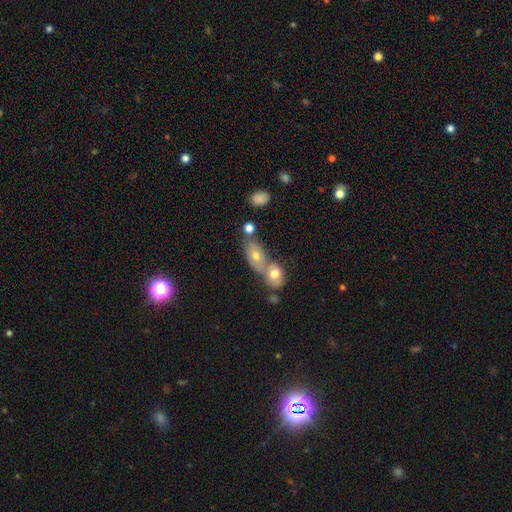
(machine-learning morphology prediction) A smooth galaxy with no disk features (62%) that is in between round and cigar-shaped (83%). Merging: merger (59%).